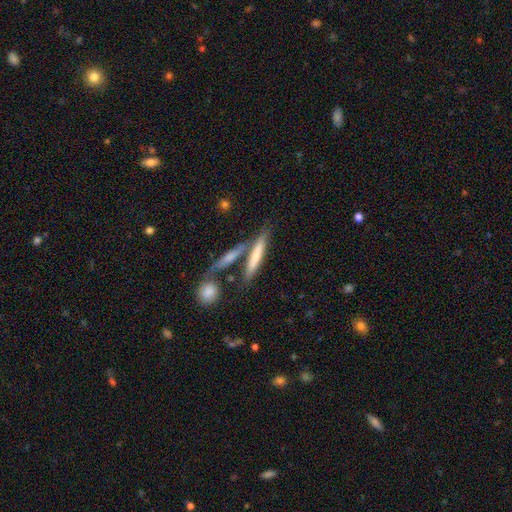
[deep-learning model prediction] This is likely a smooth galaxy (61%). How rounded: clearly cigar-shaped (85%). Merging: possibly none (56%).